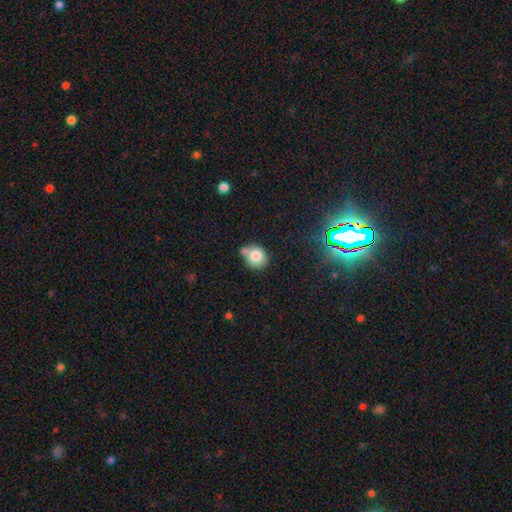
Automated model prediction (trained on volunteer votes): smooth-or-featured: smooth: 78% | star or artifact: 11% | featured or disk: 11%
  how-rounded: round: 73% | in between: 26% | cigar-shaped: 1%
  merging: none: 52% | merger: 24% | minor disturbance: 19% | major disturbance: 5%